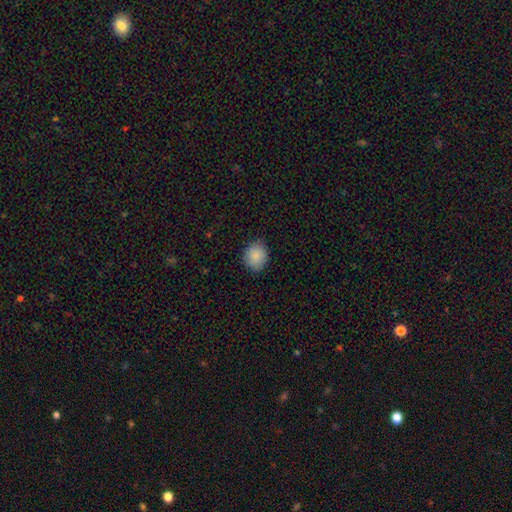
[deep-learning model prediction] This appears to be a smooth galaxy with no disk features (88%) that is round (70%). Merging: none (85%).